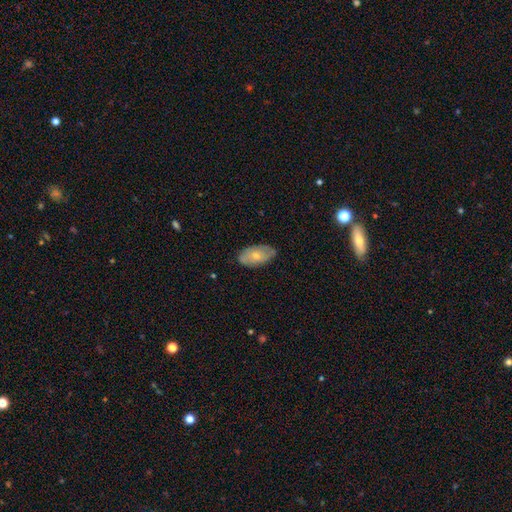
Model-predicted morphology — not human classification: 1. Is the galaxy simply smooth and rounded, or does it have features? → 63% smooth, 31% featured or disk, 6% star or artifact.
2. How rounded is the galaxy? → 94% in between, 4% round, 2% cigar-shaped.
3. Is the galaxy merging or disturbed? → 73% none, 22% minor disturbance, 4% major disturbance, 1% merger.